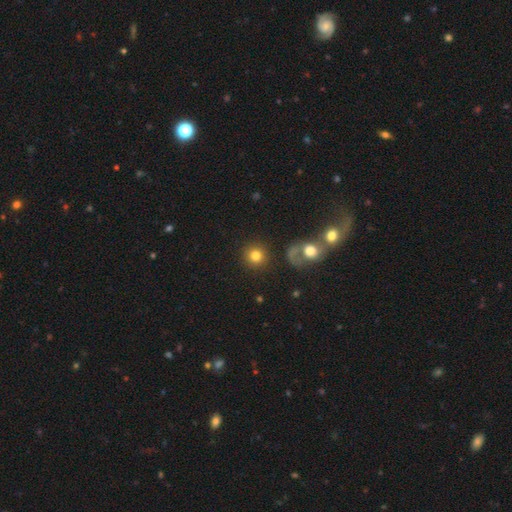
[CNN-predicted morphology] This appears to be a smooth galaxy with no disk features (80%) that is round (93%). Merging: none (82%).